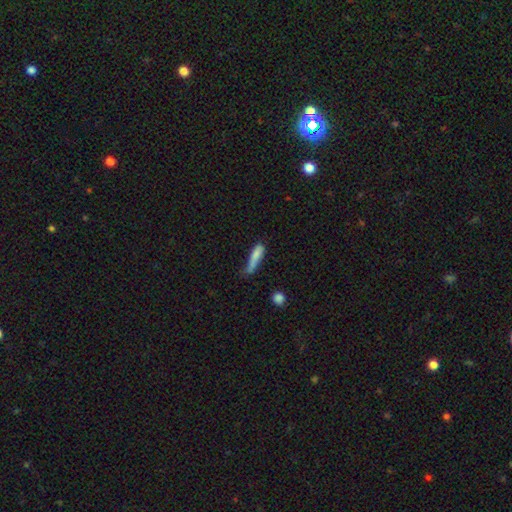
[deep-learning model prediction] A smooth galaxy with no disk features (76%) that is cigar-shaped (70%). Merging: none (34%, tied with minor disturbance).